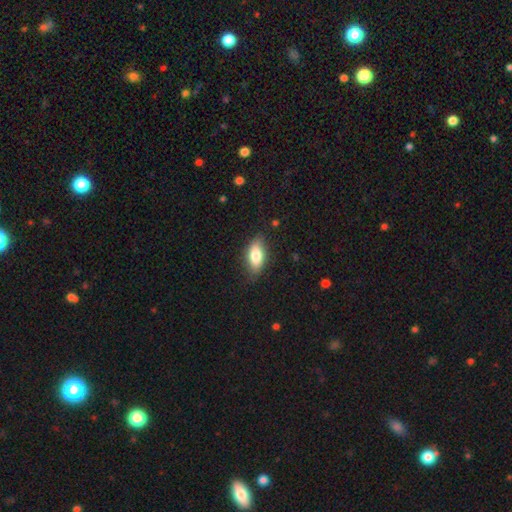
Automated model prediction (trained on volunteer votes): A smooth galaxy with no disk features (77%) that is in between round and cigar-shaped (85%).

Vote fractions:
- Smooth or featured? smooth: 77% / featured or disk: 17% / star or artifact: 7%
- How rounded? in between: 85% / cigar-shaped: 11% / round: 4%
- Merging? none: 79% / minor disturbance: 17% / major disturbance: 3% / merger: 1%